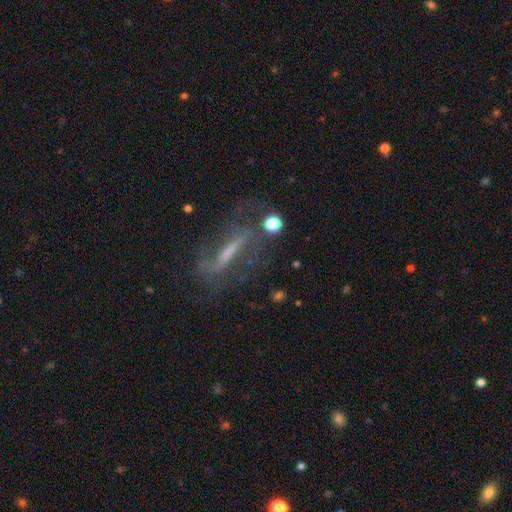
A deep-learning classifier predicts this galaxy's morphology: The model was most divided on "bar": strong: 50%, weak: 32%, no: 18%. More confident: spiral arms — yes (76%); smooth or featured — featured or disk (72%); edge-on disk — no (69%); merging — none (63%); bulge size — small (55%).